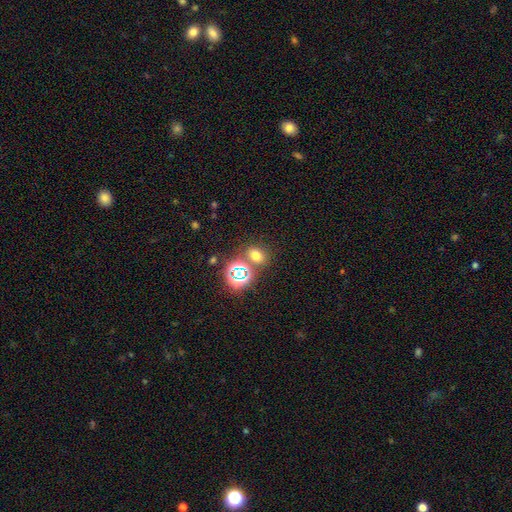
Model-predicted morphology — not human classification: type=smooth (63%); roundness=in between (52%); merging=none (72%).